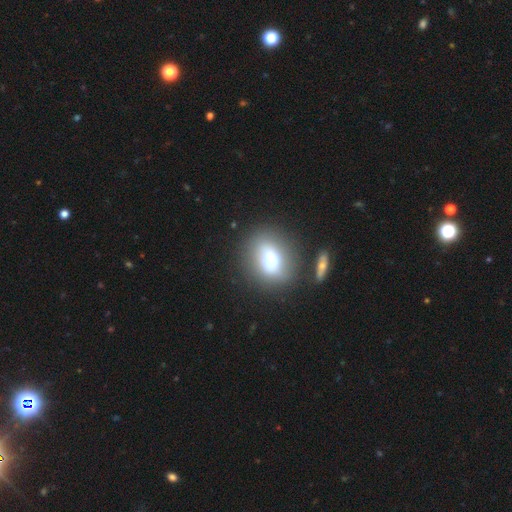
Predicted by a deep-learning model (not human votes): smooth-or-featured: smooth: 59% | featured or disk: 24% | star or artifact: 17%
  how-rounded: round: 52% | in between: 45% | cigar-shaped: 2%
  merging: none: 75% | merger: 11% | minor disturbance: 10% | major disturbance: 4%